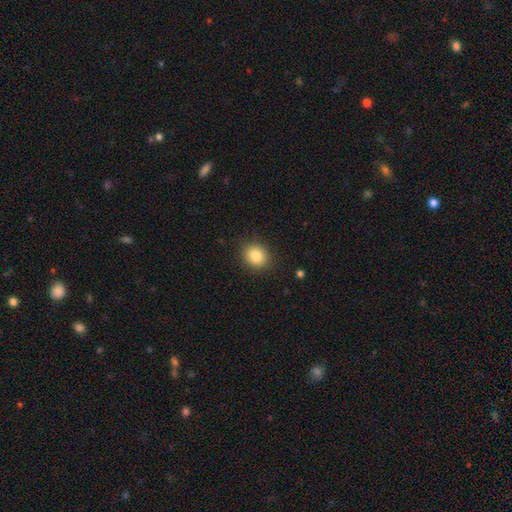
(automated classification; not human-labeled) A smooth galaxy with no disk features (85%) that is round (70%).

Vote fractions:
- Smooth or featured? smooth: 85% / star or artifact: 9% / featured or disk: 6%
- How rounded? round: 70% / in between: 29% / cigar-shaped: 1%
- Merging? none: 88% / minor disturbance: 8% / major disturbance: 3% / merger: 1%